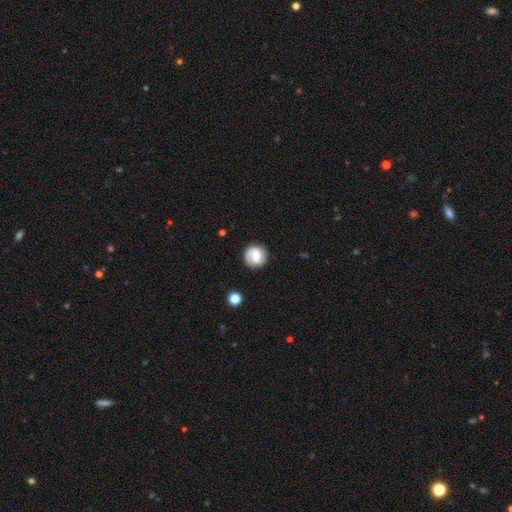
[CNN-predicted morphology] Overall: featured or disk (58%; smooth 34%). Edge-on disk: no (98%). Bar: weak (50%; no 35%). Spiral arms: yes (90%). Spiral arm count: 2 (76%). Spiral winding: medium (41%; tight 37%). Bulge size: moderate (54%; small 25%). Merging: none (84%).